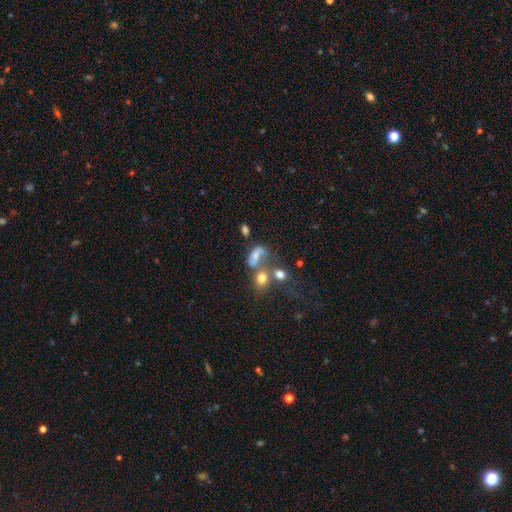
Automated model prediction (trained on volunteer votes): Q: Smooth or featured?
A: smooth (50%); runner-up: featured or disk (34%)
Q: How rounded?
A: in between (72%); runner-up: round (21%)
Q: Merging?
A: merger (39%); runner-up: none (27%)